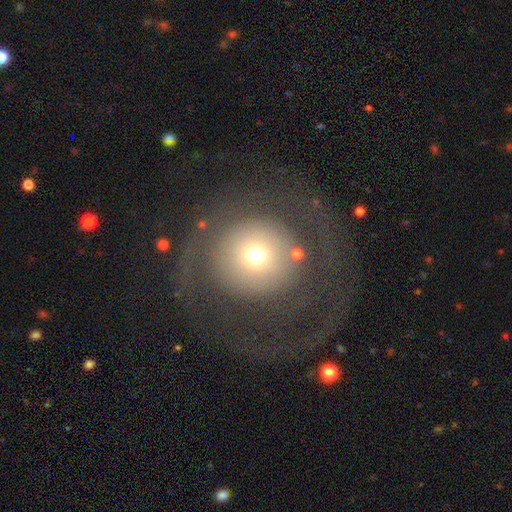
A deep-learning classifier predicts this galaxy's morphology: type=smooth (60%); roundness=round (94%); merging=none (52%).